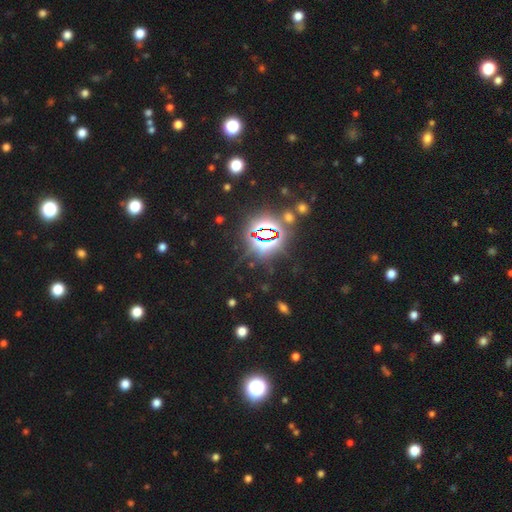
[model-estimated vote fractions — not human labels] Morphology: type=star or artifact (83%).